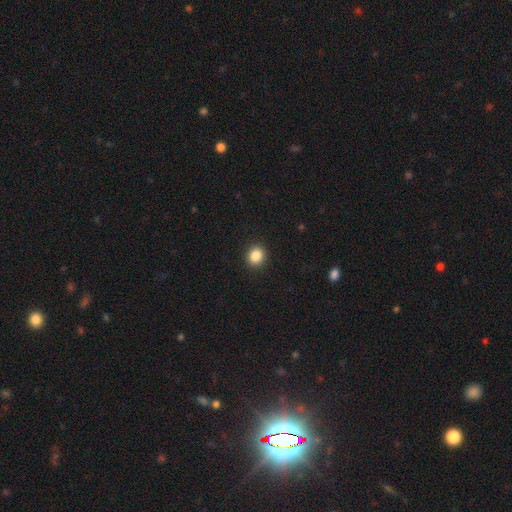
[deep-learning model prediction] A smooth galaxy with no disk features (86%) that is round (77%).

Vote fractions:
- Smooth or featured? smooth: 86% / star or artifact: 10% / featured or disk: 4%
- How rounded? round: 77% / in between: 22% / cigar-shaped: 1%
- Merging? none: 92% / minor disturbance: 5% / major disturbance: 2% / merger: 1%